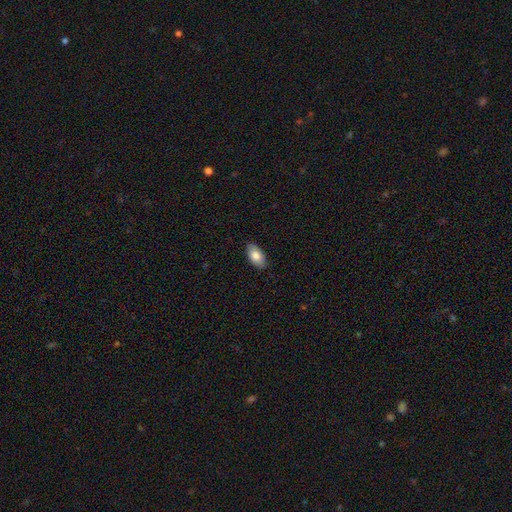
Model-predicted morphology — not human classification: A smooth galaxy with no disk features (81%) that is in between round and cigar-shaped (94%).

Vote fractions:
- Smooth or featured? smooth: 81% / featured or disk: 12% / star or artifact: 6%
- How rounded? in between: 94% / round: 4% / cigar-shaped: 3%
- Merging? none: 86% / minor disturbance: 11% / major disturbance: 2% / merger: 1%